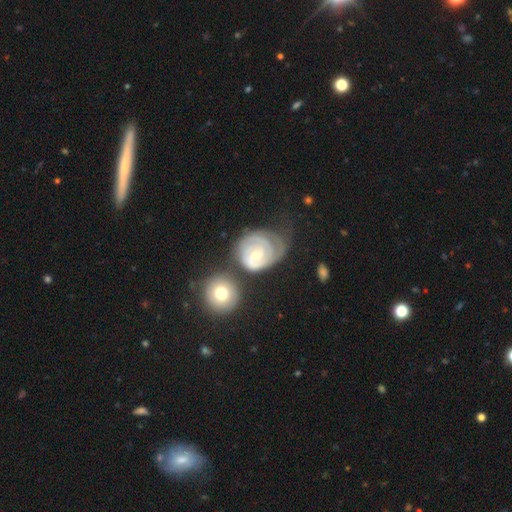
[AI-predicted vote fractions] featured or disk 84%, smooth 12%, star or artifact 4%. Down the decision tree: edge-on disk — no (98%); bar — no (65%); spiral arms — yes (95%); spiral arm count — 2 (40%); spiral winding — tight (75%); bulge size — small (54%); merging — none (39%).